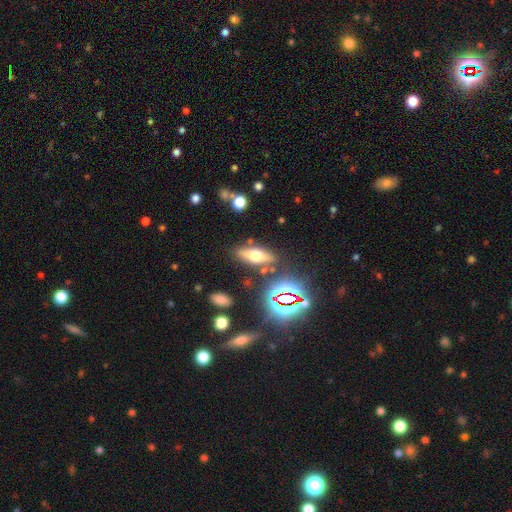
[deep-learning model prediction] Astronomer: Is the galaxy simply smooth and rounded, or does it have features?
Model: smooth — 51% (runner-up: featured or disk, 32%).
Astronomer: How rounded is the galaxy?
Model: in between — 62%.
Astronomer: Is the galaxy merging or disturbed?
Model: none — 79%.